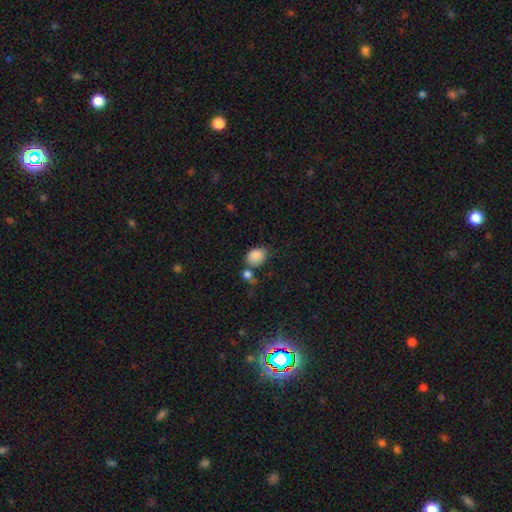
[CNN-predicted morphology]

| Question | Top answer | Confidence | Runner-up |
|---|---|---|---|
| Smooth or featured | smooth | 86% | star or artifact (8%) |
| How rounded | in between | 66% | round (33%) |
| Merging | none | 55% | merger (19%) |